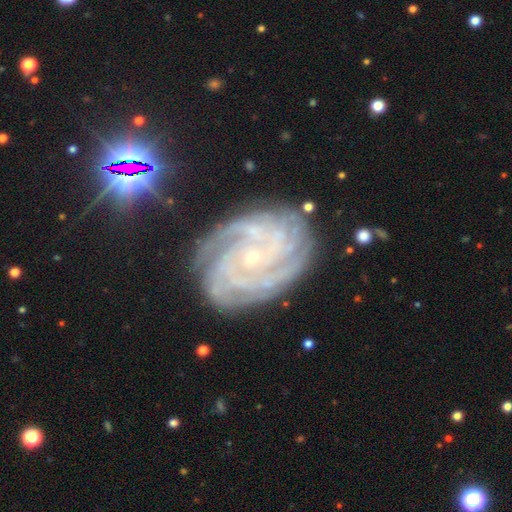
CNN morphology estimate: Q: Smooth or featured?
A: featured or disk (88%); runner-up: star or artifact (7%)
Q: Edge-on disk?
A: no (97%); runner-up: yes (3%)
Q: Bar?
A: no (72%); runner-up: weak (20%)
Q: Spiral arms?
A: yes (98%); runner-up: no (2%)
Q: Spiral winding?
A: tight (77%); runner-up: medium (19%)
Q: Spiral arm count?
A: 4 (28%); runner-up: more than 4 (21%)
Q: Bulge size?
A: small (84%); runner-up: moderate (12%)
Q: Merging?
A: none (80%); runner-up: minor disturbance (14%)